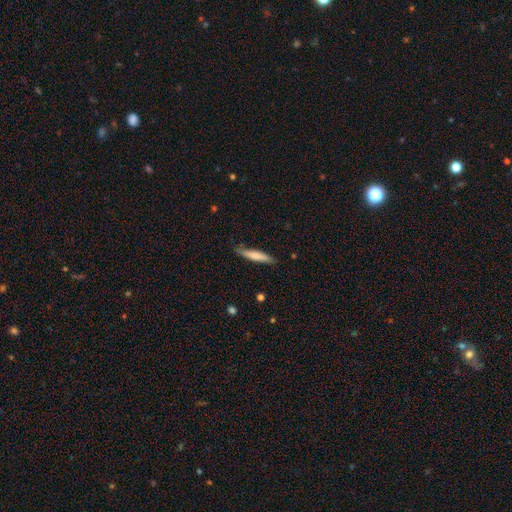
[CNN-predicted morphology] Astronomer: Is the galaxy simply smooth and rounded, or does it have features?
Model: smooth — 72%.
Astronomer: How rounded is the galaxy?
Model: cigar-shaped — 90%.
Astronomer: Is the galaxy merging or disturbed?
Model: none — 85%.